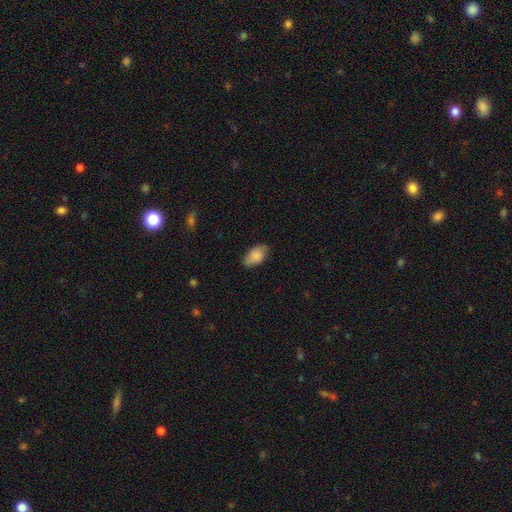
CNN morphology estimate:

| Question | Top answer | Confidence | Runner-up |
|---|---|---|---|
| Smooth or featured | smooth | 84% | featured or disk (9%) |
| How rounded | in between | 92% | round (6%) |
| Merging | none | 74% | minor disturbance (21%) |